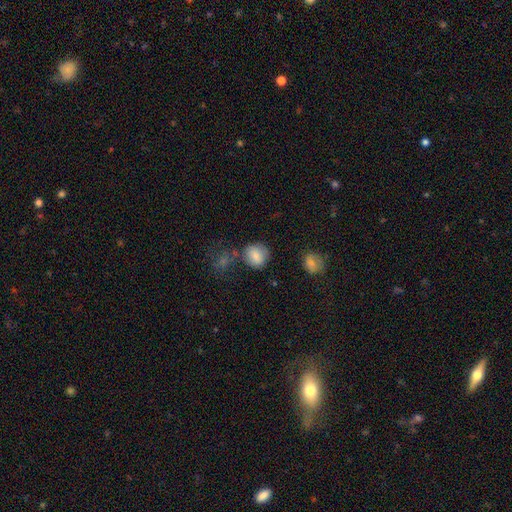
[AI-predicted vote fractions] A smooth galaxy with no disk features (81%) that is round (79%). Merging: none (69%).